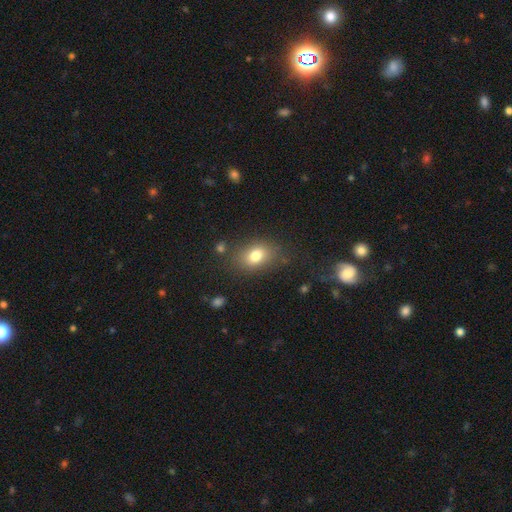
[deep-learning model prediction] Smooth or featured? Predicted: smooth (p=0.79). How rounded? Predicted: in between (p=0.77). Merging? Predicted: none (p=0.76).